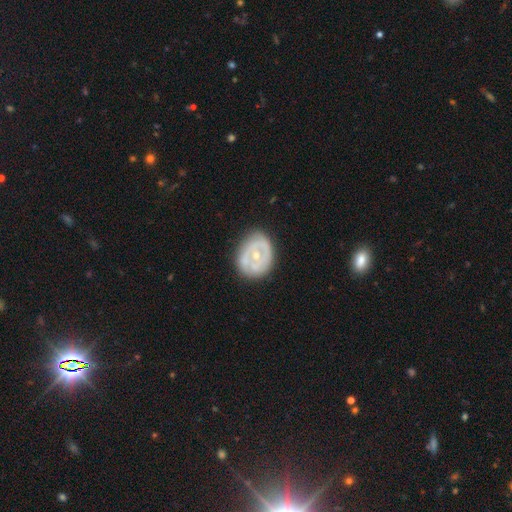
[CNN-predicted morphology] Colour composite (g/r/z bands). It shows a featured or disk galaxy (63%) with no bar (74%), no spiral arms (71%) and a moderate central bulge (51%). Merging: none (69%).